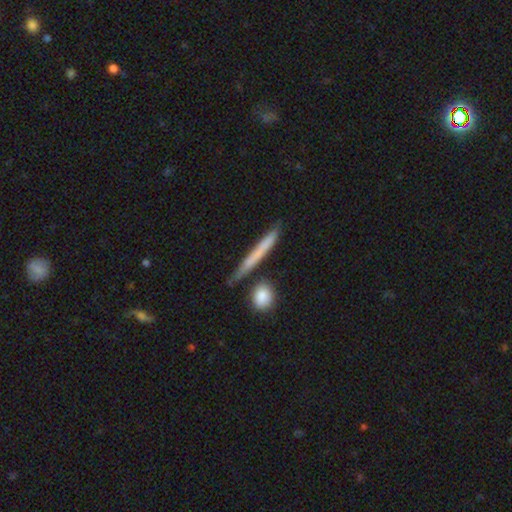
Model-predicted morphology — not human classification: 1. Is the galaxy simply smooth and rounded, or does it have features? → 62% smooth, 32% featured or disk, 6% star or artifact.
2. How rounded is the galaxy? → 93% cigar-shaped, 4% in between, 3% round.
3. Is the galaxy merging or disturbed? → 77% none, 13% minor disturbance, 7% merger, 3% major disturbance.